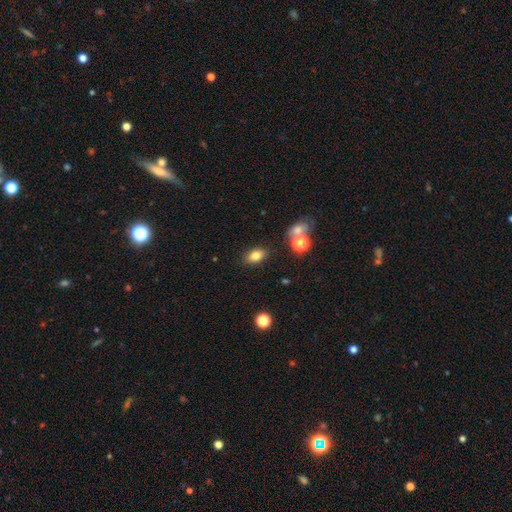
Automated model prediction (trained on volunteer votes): smooth_or_featured: smooth (p=0.80) [alt: star or artifact p=0.11]
how_rounded: in between (p=0.82) [alt: round p=0.15]
merging: none (p=0.82) [alt: minor disturbance p=0.10]